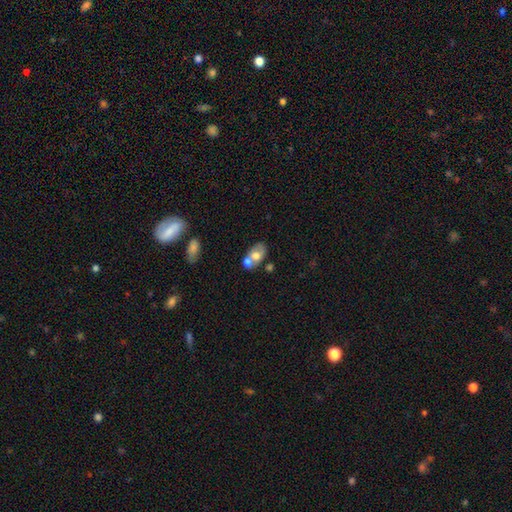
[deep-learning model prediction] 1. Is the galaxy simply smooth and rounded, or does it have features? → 61% smooth, 32% featured or disk, 8% star or artifact.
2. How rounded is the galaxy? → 82% in between, 16% round, 2% cigar-shaped.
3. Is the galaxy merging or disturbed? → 53% merger, 30% none, 11% minor disturbance, 5% major disturbance.